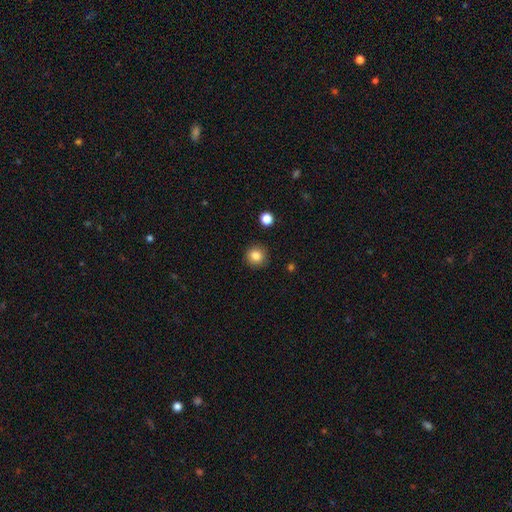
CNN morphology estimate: Smooth or featured?
  - smooth: 83% *
  - star or artifact: 10%
  - featured or disk: 6%
How rounded?
  - round: 94% *
  - in between: 5%
  - cigar-shaped: 1%
Merging?
  - none: 90% *
  - minor disturbance: 6%
  - major disturbance: 2%
  - merger: 1%